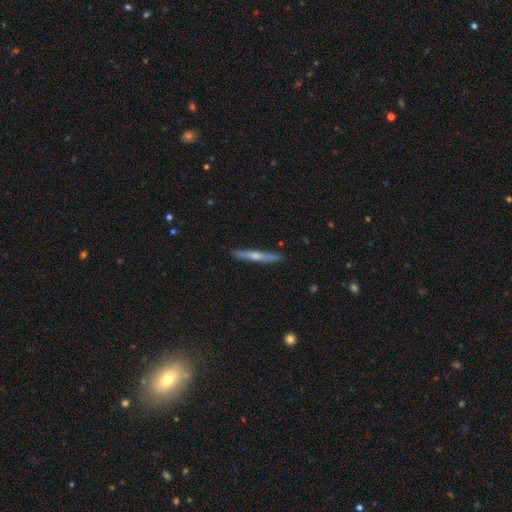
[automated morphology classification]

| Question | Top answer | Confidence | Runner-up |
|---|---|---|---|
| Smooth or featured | featured or disk | 57% | smooth (37%) |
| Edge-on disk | yes | 96% | no (4%) |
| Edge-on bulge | rounded | 75% | none (21%) |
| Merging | none | 90% | minor disturbance (8%) |